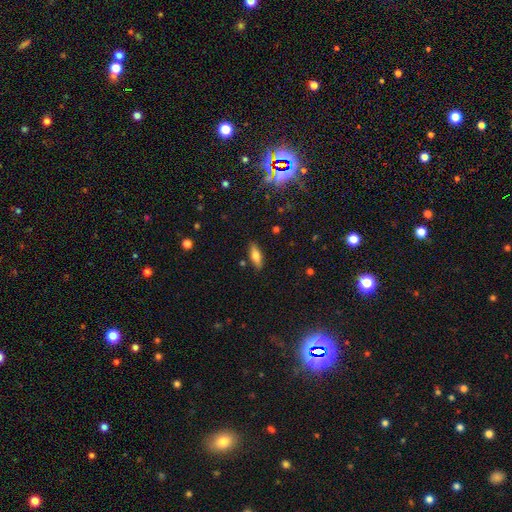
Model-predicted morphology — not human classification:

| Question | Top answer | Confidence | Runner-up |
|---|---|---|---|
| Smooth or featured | smooth | 71% | featured or disk (21%) |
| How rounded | in between | 61% | cigar-shaped (36%) |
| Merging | none | 86% | minor disturbance (10%) |